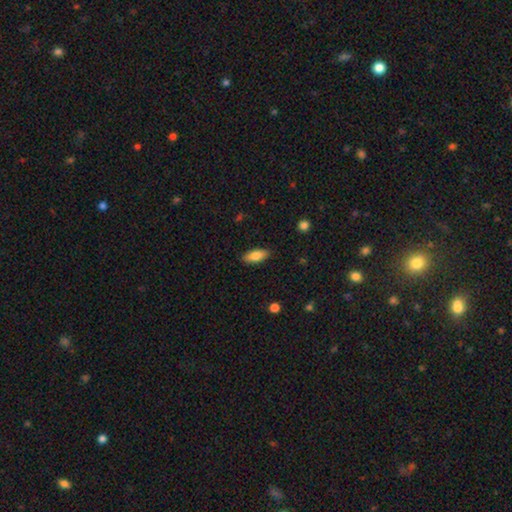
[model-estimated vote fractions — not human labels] Smooth or featured?
  - smooth: 80% *
  - featured or disk: 13%
  - star or artifact: 7%
How rounded?
  - in between: 80% *
  - cigar-shaped: 18%
  - round: 2%
Merging?
  - none: 87% *
  - minor disturbance: 10%
  - major disturbance: 2%
  - merger: 1%